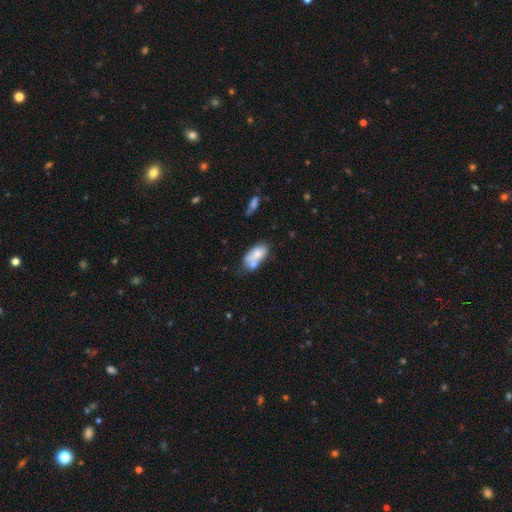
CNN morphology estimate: type=smooth (68%); roundness=in between (90%); merging=merger (37%).